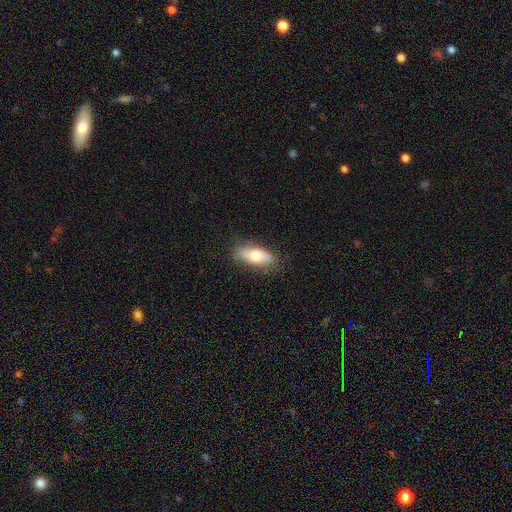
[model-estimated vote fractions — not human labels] smooth 67%, featured or disk 26%, star or artifact 7%. Down the decision tree: how rounded — in between (79%); merging — none (79%).